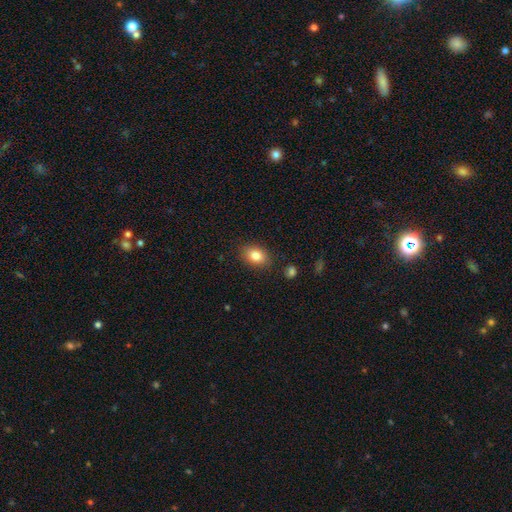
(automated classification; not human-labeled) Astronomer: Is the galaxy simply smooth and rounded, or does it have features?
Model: smooth — 84%.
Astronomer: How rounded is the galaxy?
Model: in between — 78%.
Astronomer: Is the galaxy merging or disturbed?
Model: none — 86%.